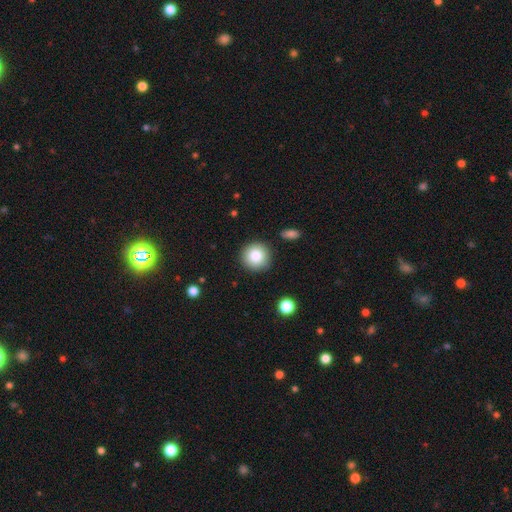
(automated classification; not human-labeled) smooth-or-featured: smooth: 83% | star or artifact: 9% | featured or disk: 8%
  how-rounded: round: 94% | in between: 5% | cigar-shaped: 1%
  merging: none: 88% | minor disturbance: 7% | merger: 2% | major disturbance: 2%